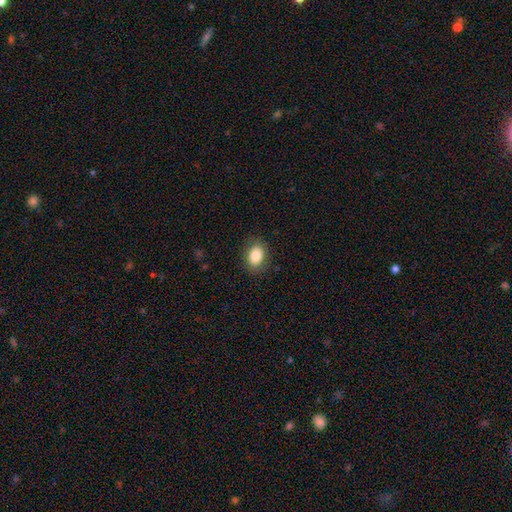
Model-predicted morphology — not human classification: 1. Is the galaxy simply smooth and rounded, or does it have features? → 83% smooth, 8% featured or disk, 8% star or artifact.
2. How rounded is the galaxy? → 75% in between, 24% round, 1% cigar-shaped.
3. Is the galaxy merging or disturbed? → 86% none, 10% minor disturbance, 3% major disturbance, 1% merger.